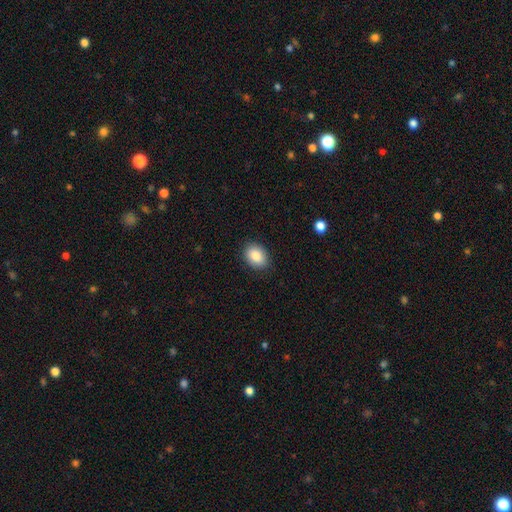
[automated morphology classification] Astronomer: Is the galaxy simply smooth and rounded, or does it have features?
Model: smooth — 88%.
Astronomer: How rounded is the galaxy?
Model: in between — 77%.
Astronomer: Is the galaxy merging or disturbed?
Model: none — 87%.